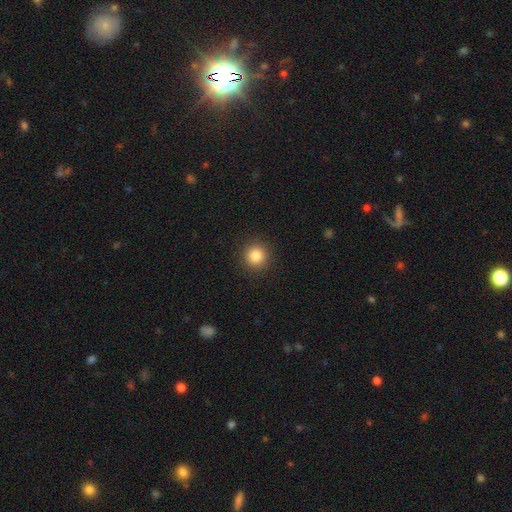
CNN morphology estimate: This appears to be a smooth galaxy with no disk features (84%) that is round (93%). Merging: none (92%).